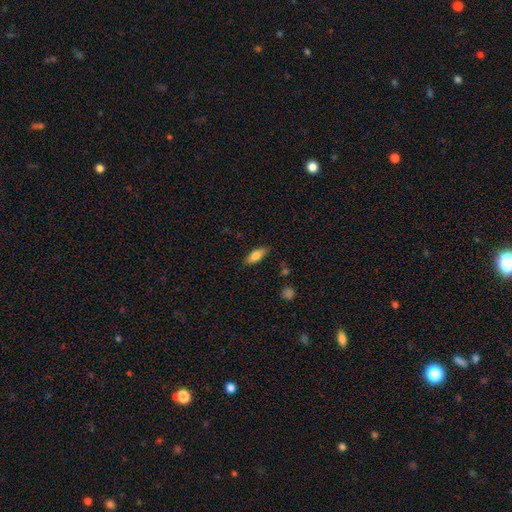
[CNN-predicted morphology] Q: Smooth or featured?
A: smooth (79%); runner-up: featured or disk (14%)
Q: How rounded?
A: in between (77%); runner-up: cigar-shaped (21%)
Q: Merging?
A: none (82%); runner-up: minor disturbance (13%)